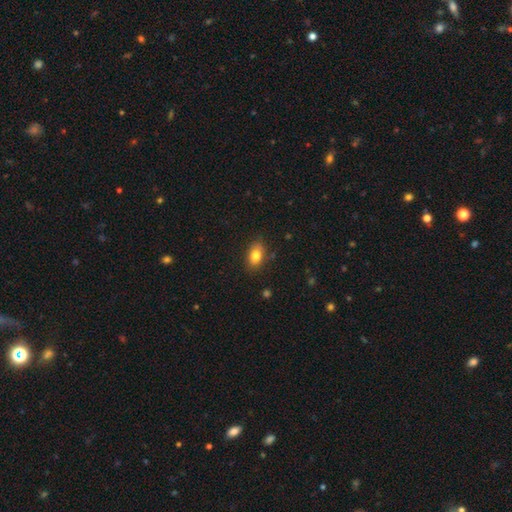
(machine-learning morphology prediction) smooth-or-featured: smooth: 81% | featured or disk: 10% | star or artifact: 9%
  how-rounded: in between: 83% | round: 15% | cigar-shaped: 2%
  merging: none: 81% | minor disturbance: 14% | major disturbance: 3% | merger: 2%